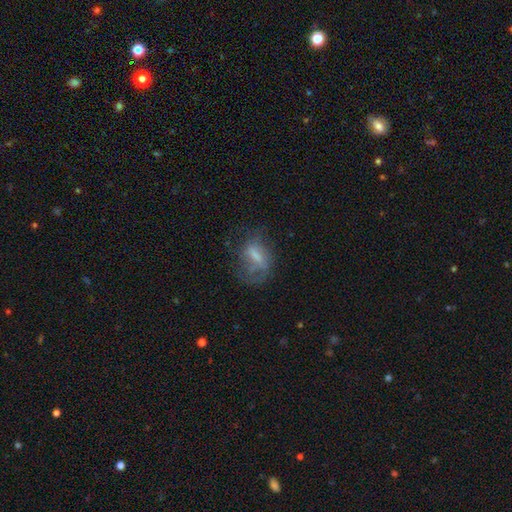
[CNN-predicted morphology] A smooth galaxy with no disk features (45%). Merging: none (42%).